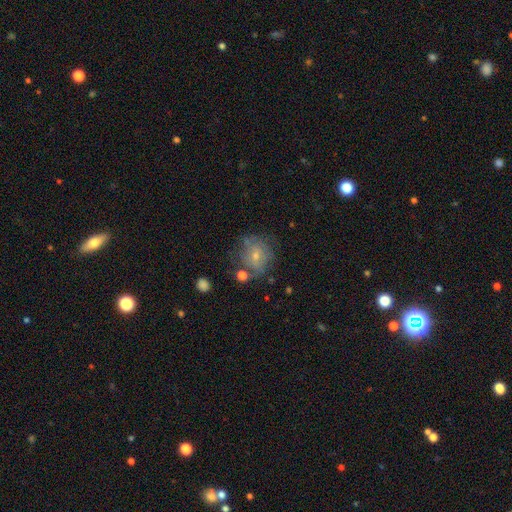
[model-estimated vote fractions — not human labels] This is marginally a featured or disk galaxy (43%). Merging: likely none (67%).